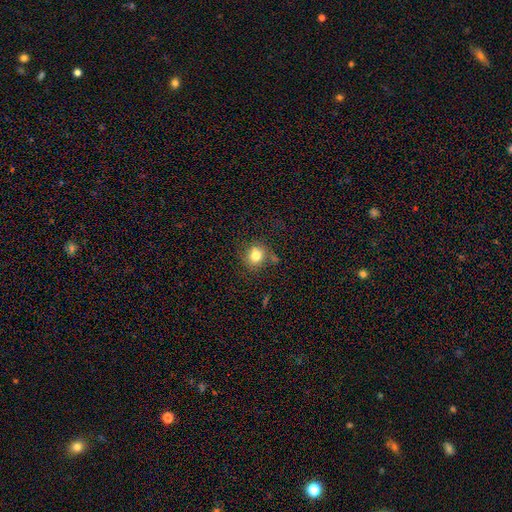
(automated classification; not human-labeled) smooth_or_featured: smooth (p=0.79) [alt: star or artifact p=0.12]
how_rounded: round (p=0.80) [alt: in between p=0.19]
merging: none (p=0.72) [alt: minor disturbance p=0.16]